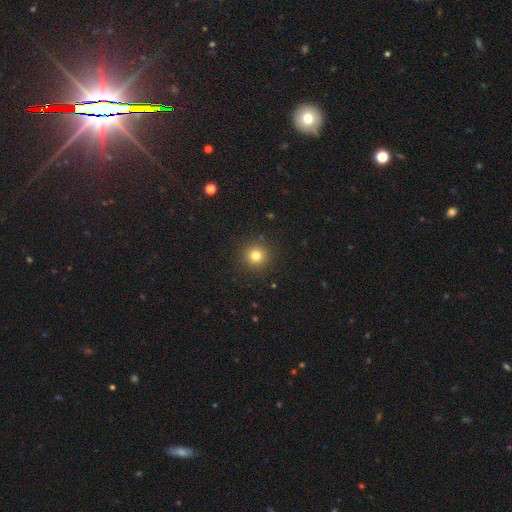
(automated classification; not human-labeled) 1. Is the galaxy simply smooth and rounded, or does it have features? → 80% smooth, 13% star or artifact, 7% featured or disk.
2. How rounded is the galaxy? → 95% round, 4% in between, 1% cigar-shaped.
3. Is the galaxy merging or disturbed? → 91% none, 6% minor disturbance, 2% major disturbance, 1% merger.